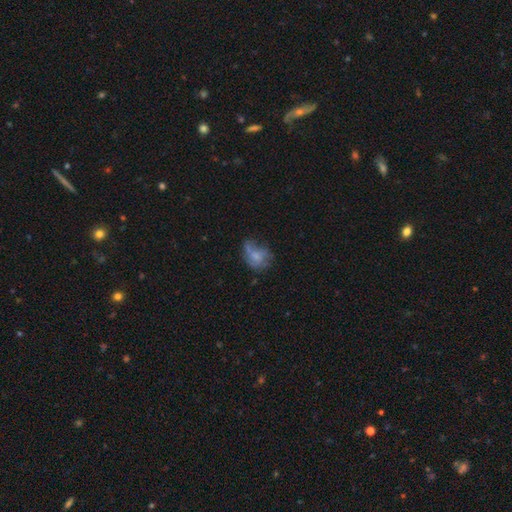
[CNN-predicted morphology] featured or disk 45% (tied), smooth 45% (tied), star or artifact 10%. Down the decision tree: merging — none (38%).